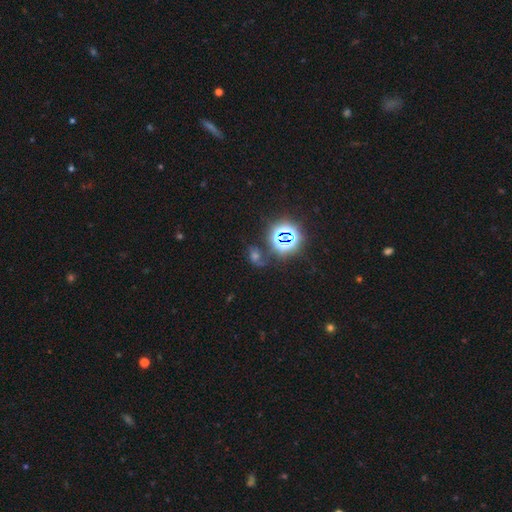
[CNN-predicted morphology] Q: Smooth or featured?
A: star or artifact (60%); runner-up: smooth (24%)